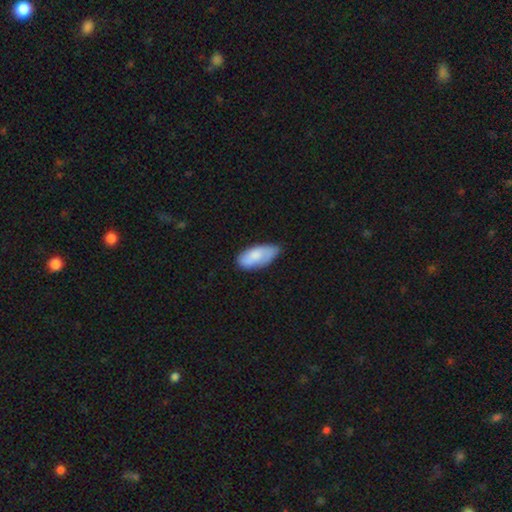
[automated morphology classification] smooth 78%, featured or disk 17%, star or artifact 6%. Down the decision tree: how rounded — in between (89%); merging — none (64%).